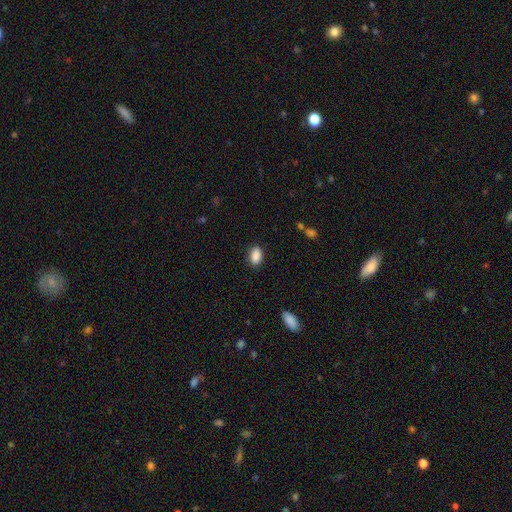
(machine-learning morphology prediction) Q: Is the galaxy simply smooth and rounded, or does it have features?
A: smooth — 90%.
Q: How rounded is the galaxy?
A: in between — 88%.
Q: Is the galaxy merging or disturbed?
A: none — 87%.